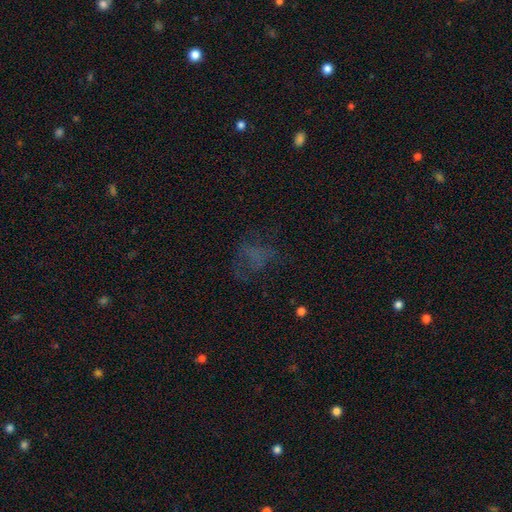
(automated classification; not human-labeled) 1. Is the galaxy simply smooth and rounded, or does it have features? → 37% smooth, 32% featured or disk, 31% star or artifact.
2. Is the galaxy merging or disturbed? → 50% none, 30% major disturbance, 17% minor disturbance, 3% merger.